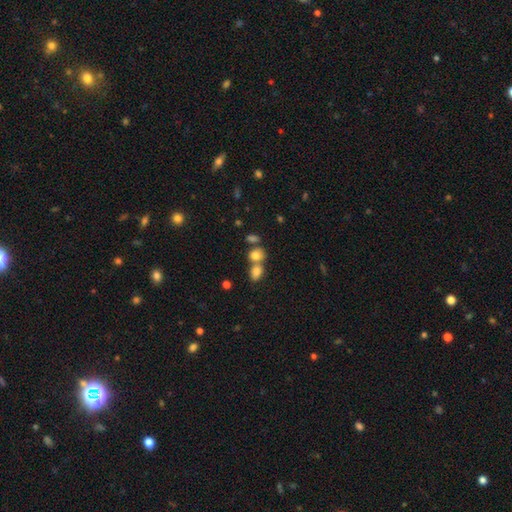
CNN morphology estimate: type=smooth (80%); roundness=in between (52%); merging=merger (51%).